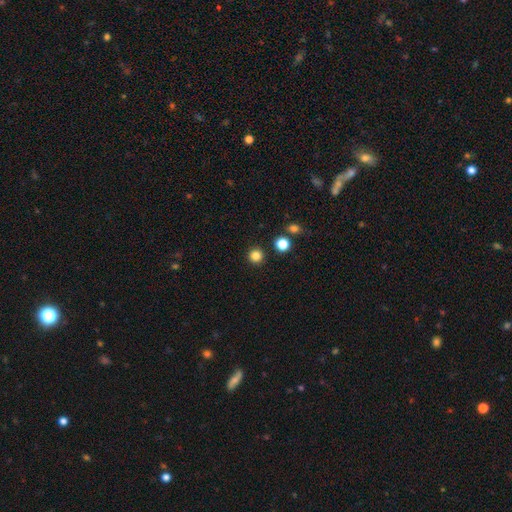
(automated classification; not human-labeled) smooth-or-featured: smooth: 84% | star or artifact: 12% | featured or disk: 3%
  how-rounded: round: 96% | in between: 3% | cigar-shaped: 1%
  merging: none: 92% | minor disturbance: 4% | merger: 2% | major disturbance: 2%